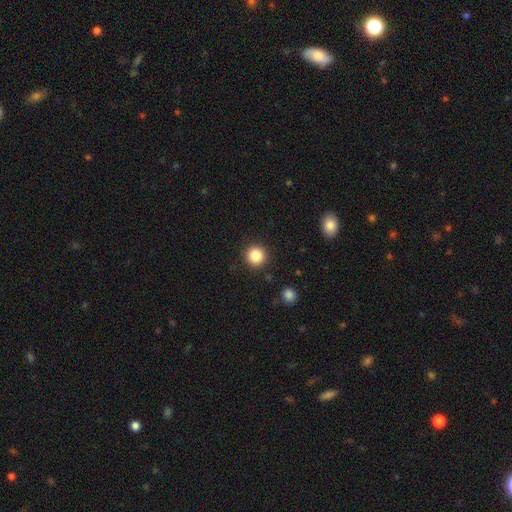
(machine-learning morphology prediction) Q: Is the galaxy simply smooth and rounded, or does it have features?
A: smooth — 86%.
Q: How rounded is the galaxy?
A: round — 95%.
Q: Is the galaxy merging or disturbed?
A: none — 91%.